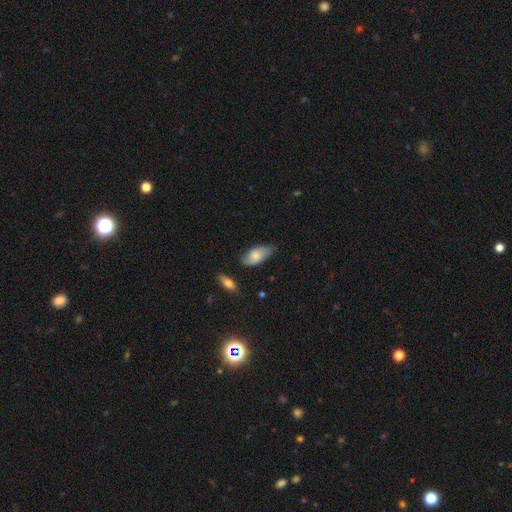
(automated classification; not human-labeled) A smooth galaxy with no disk features (69%) that is in between round and cigar-shaped (90%).

Vote fractions:
- Smooth or featured? smooth: 69% / featured or disk: 24% / star or artifact: 7%
- How rounded? in between: 90% / cigar-shaped: 7% / round: 3%
- Merging? none: 59% / minor disturbance: 32% / major disturbance: 6% / merger: 2%